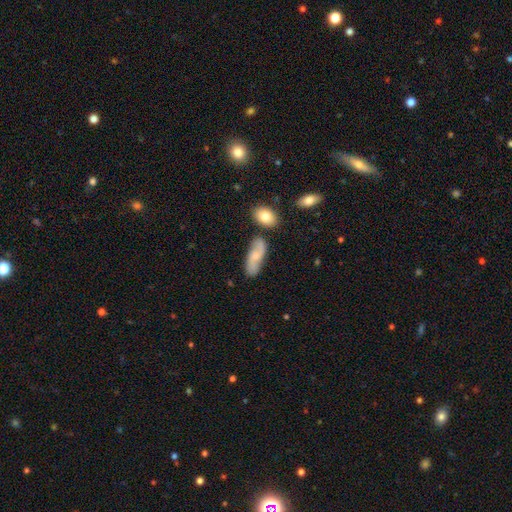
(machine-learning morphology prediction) smooth-or-featured: featured or disk: 46% (tied) | smooth: 46% (tied) | star or artifact: 8%
  merging: none: 69% | minor disturbance: 18% | merger: 8% | major disturbance: 5%